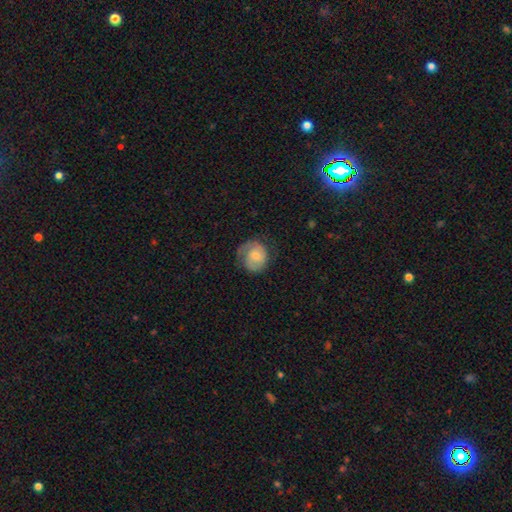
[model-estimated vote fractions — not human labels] Smooth or featured?
  - featured or disk: 51% *
  - smooth: 42%
  - star or artifact: 7%
Edge-on disk?
  - no: 98% *
  - yes: 2%
Merging?
  - none: 58% *
  - minor disturbance: 25%
  - major disturbance: 16%
  - merger: 1%